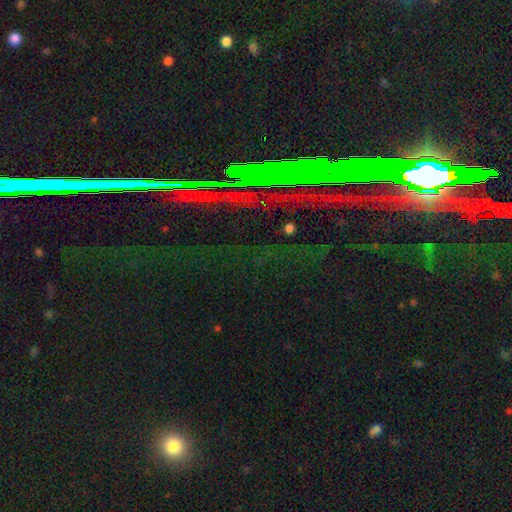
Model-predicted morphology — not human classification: A star or artifact, not a galaxy (78%).